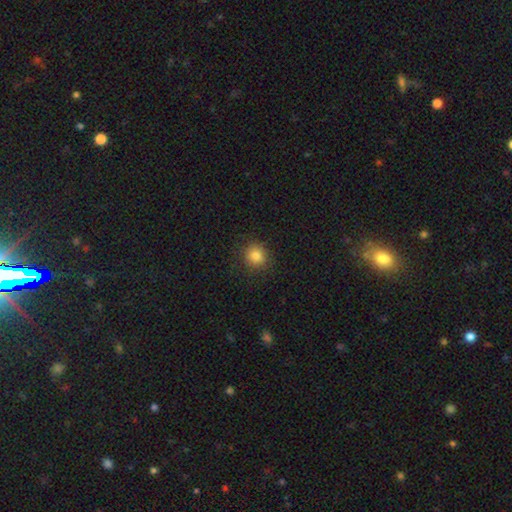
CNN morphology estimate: Overall: smooth (83%). How rounded: round (86%). Merging: none (87%).